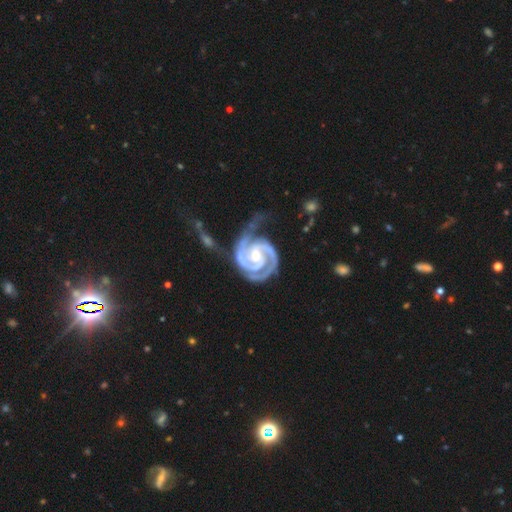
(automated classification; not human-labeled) Q: Smooth or featured?
A: featured or disk (94%); runner-up: star or artifact (3%)
Q: Edge-on disk?
A: no (98%); runner-up: yes (2%)
Q: Bar?
A: weak (43%); runner-up: no (36%)
Q: Spiral arms?
A: yes (99%); runner-up: no (1%)
Q: Spiral winding?
A: tight (68%); runner-up: medium (28%)
Q: Spiral arm count?
A: 2 (71%); runner-up: 3 (17%)
Q: Bulge size?
A: moderate (56%); runner-up: small (38%)
Q: Merging?
A: none (37%); runner-up: minor disturbance (28%)